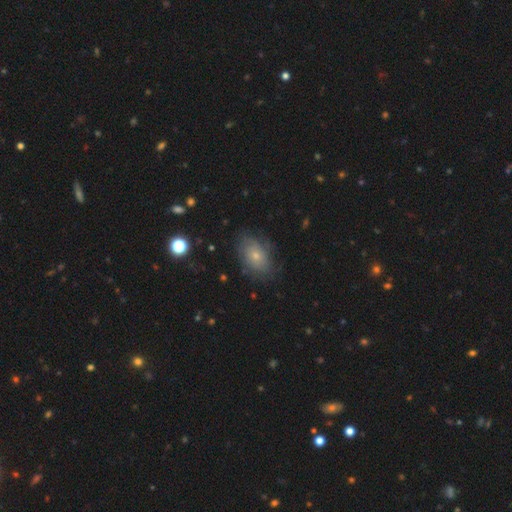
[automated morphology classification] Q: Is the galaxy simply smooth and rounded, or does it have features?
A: smooth — 54%.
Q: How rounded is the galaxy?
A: in between — 84%.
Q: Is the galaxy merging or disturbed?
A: none — 70%.